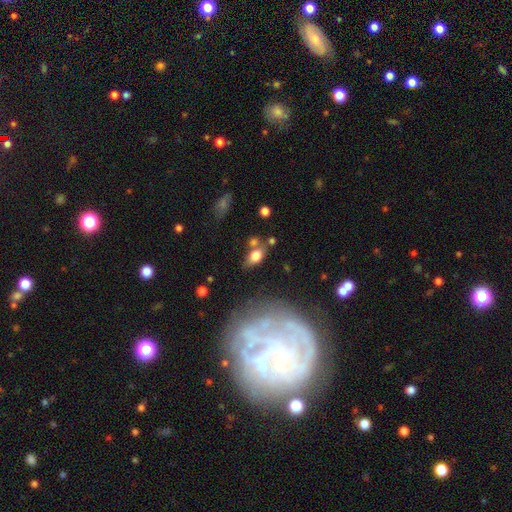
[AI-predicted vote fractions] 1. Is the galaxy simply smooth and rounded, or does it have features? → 76% smooth, 13% featured or disk, 10% star or artifact.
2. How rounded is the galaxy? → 84% in between, 11% round, 4% cigar-shaped.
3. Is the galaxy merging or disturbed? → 58% none, 19% merger, 16% minor disturbance, 6% major disturbance.